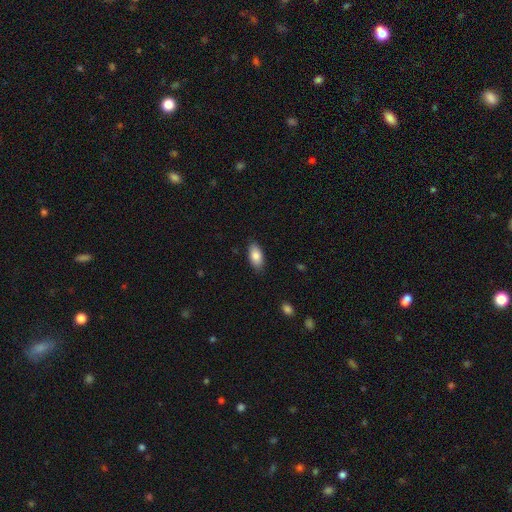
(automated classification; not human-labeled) The model was most divided on "merging": none: 86%, minor disturbance: 11%, major disturbance: 2%, merger: 1%. More confident: how rounded — in between (92%); smooth or featured — smooth (84%).